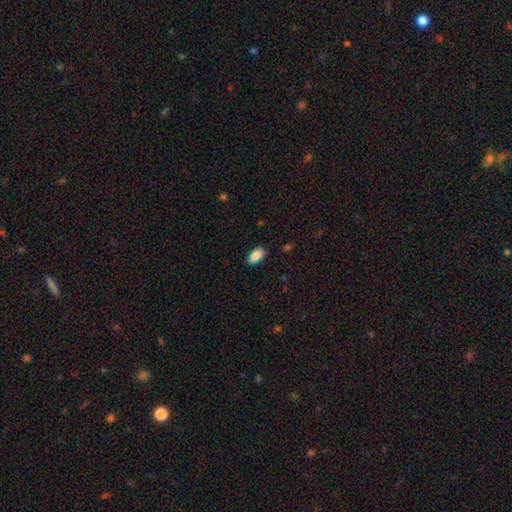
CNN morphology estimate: A smooth galaxy with no disk features (88%) that is in between round and cigar-shaped (93%).

Vote fractions:
- Smooth or featured? smooth: 88% / star or artifact: 7% / featured or disk: 4%
- How rounded? in between: 93% / cigar-shaped: 4% / round: 3%
- Merging? none: 84% / minor disturbance: 13% / major disturbance: 2% / merger: 1%